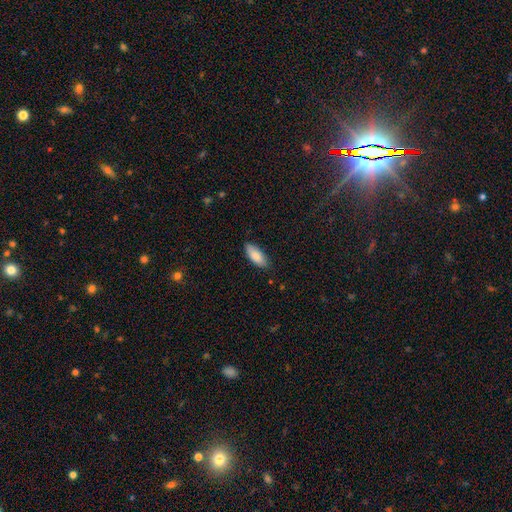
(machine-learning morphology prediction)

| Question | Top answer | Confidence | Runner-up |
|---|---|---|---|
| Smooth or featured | smooth | 86% | featured or disk (8%) |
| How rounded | in between | 81% | cigar-shaped (17%) |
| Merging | none | 84% | minor disturbance (13%) |